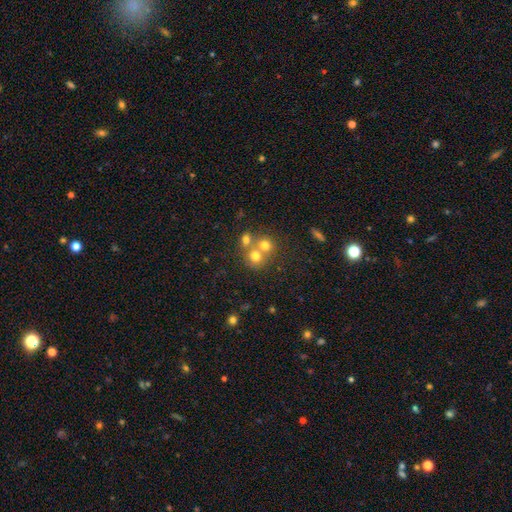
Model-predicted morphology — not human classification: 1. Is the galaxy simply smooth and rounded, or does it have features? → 67% smooth, 17% featured or disk, 16% star or artifact.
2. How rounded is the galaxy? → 80% round, 19% in between, 1% cigar-shaped.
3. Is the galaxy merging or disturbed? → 48% merger, 42% none, 7% minor disturbance, 3% major disturbance.